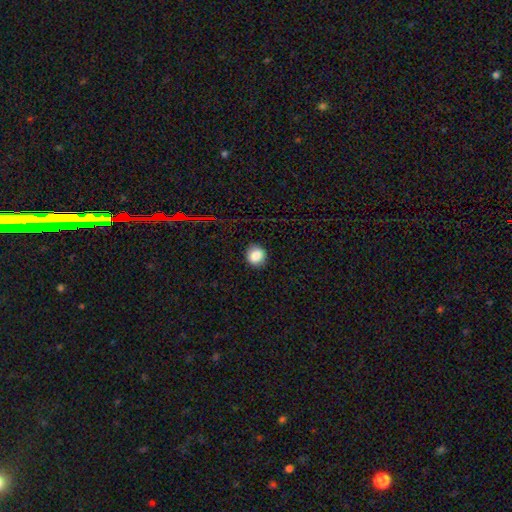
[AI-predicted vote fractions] Smooth or featured?
  - smooth: 84% *
  - star or artifact: 10%
  - featured or disk: 6%
How rounded?
  - round: 81% *
  - in between: 18%
  - cigar-shaped: 1%
Merging?
  - none: 87% *
  - minor disturbance: 9%
  - major disturbance: 2%
  - merger: 1%